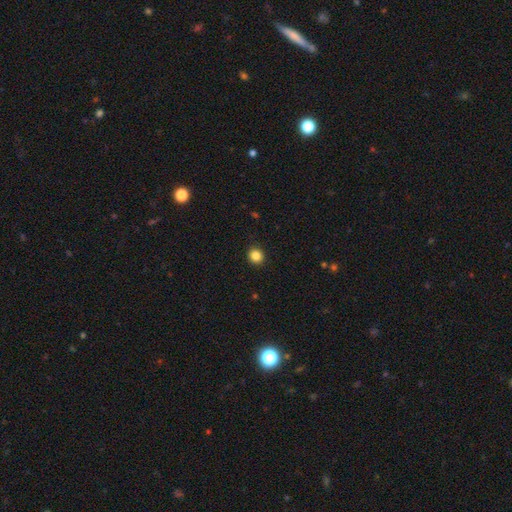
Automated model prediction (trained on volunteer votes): This appears to be a smooth galaxy with no disk features (85%) that is round (88%). Merging: none (92%).